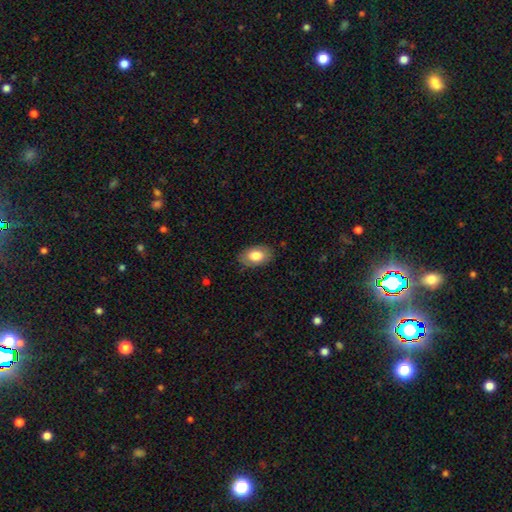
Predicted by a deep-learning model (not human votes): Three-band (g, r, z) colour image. It shows a smooth galaxy with no disk features (78%) that is in between round and cigar-shaped (91%). Merging: none (83%).